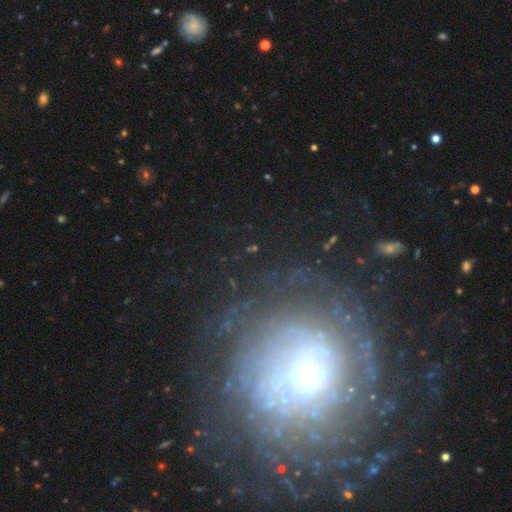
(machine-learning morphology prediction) smooth_or_featured: featured or disk (p=0.68) [alt: star or artifact p=0.17]
disk_edge_on: no (p=0.96) [alt: yes p=0.04]
bar: no (p=0.67) [alt: weak p=0.24]
has_spiral_arms: yes (p=0.79) [alt: no p=0.21]
spiral_winding: tight (p=0.73) [alt: medium p=0.18]
spiral_arm_count: can't tell (p=0.50) [alt: more than 4 p=0.17]
bulge_size: small (p=0.50) [alt: moderate p=0.35]
merging: none (p=0.77) [alt: minor disturbance p=0.12]